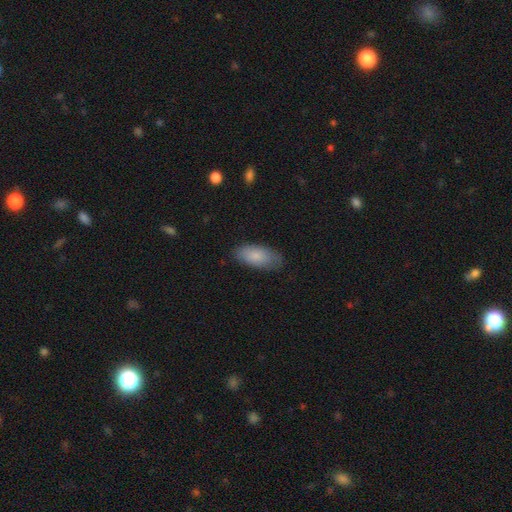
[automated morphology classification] smooth 82%, featured or disk 12%, star or artifact 6%. Down the decision tree: how rounded — in between (89%); merging — none (76%).